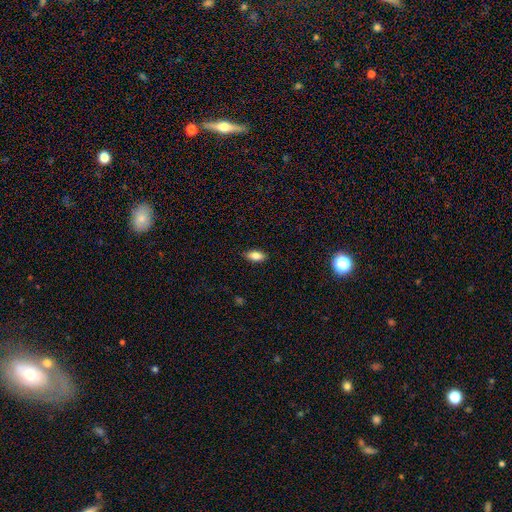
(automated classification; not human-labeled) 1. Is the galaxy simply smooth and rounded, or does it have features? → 83% smooth, 10% featured or disk, 7% star or artifact.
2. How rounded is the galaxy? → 86% in between, 11% cigar-shaped, 3% round.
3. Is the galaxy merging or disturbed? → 88% none, 9% minor disturbance, 2% major disturbance, 1% merger.